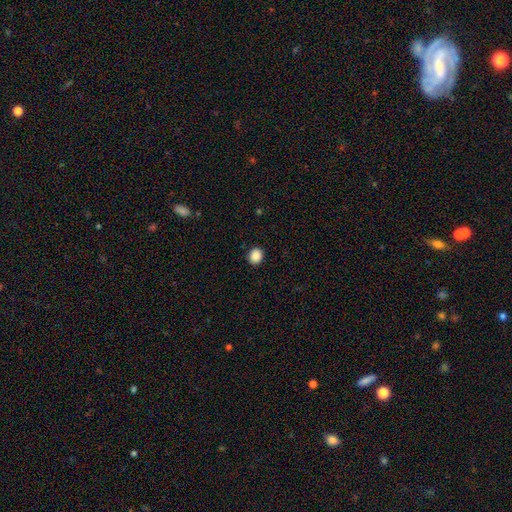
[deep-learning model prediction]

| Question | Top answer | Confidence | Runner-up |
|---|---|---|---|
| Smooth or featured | smooth | 89% | star or artifact (9%) |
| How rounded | round | 76% | in between (23%) |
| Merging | none | 91% | minor disturbance (6%) |